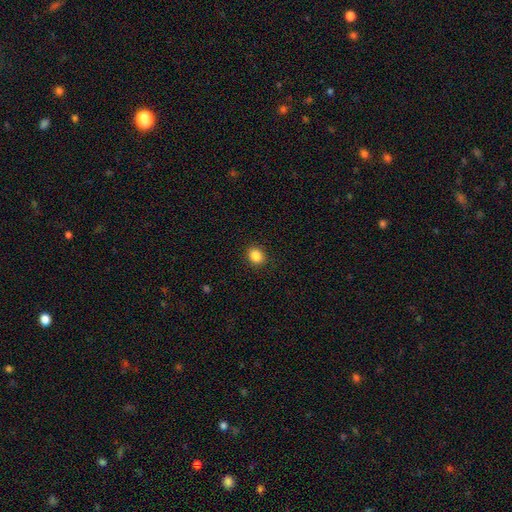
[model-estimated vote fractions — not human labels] Smooth or featured? Predicted: smooth (p=0.87). How rounded? Predicted: round (p=0.62). Merging? Predicted: none (p=0.91).